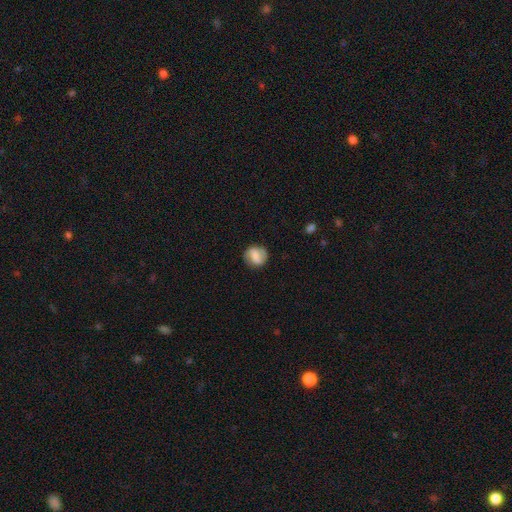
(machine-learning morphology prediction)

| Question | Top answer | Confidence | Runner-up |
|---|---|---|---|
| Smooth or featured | smooth | 48% | featured or disk (44%) |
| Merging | none | 81% | minor disturbance (13%) |